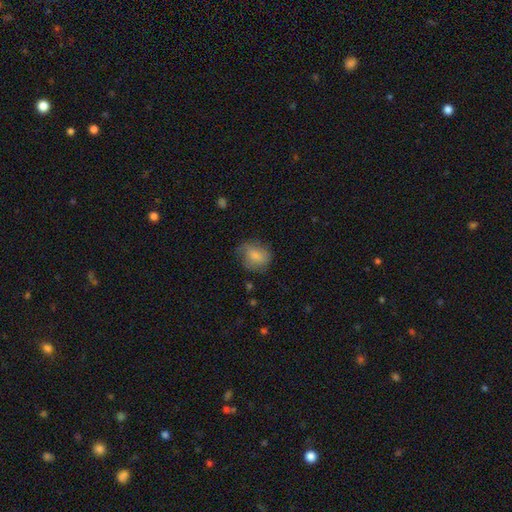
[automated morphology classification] Smooth or featured: smooth — 77% (featured or disk — 15%)
How rounded: round — 51% (in between — 47%)
Merging: none — 59% (minor disturbance — 28%)